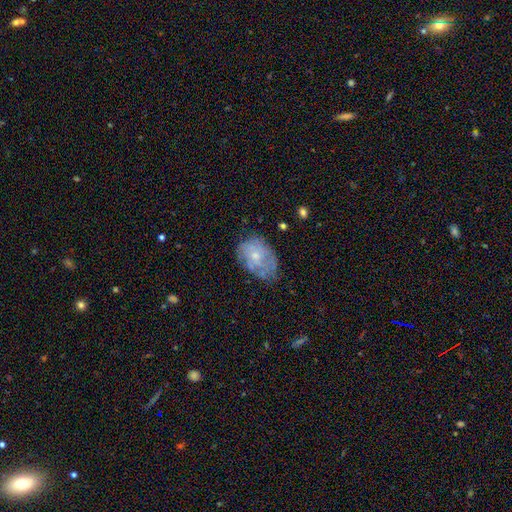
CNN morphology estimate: Overall: featured or disk (50%; smooth 41%). Edge-on disk: no (96%). Merging: none (53%; minor disturbance 30%).